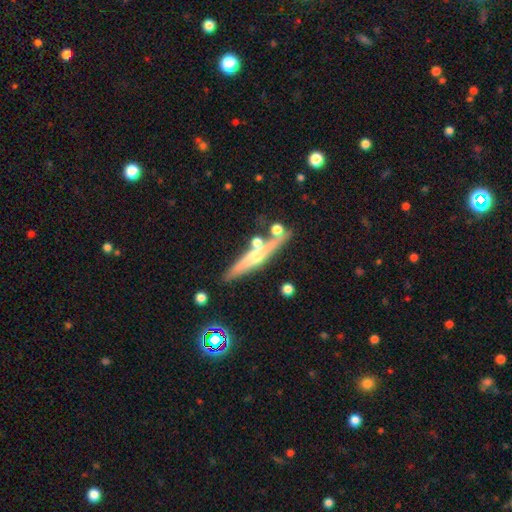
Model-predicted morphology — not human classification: This is likely a featured or disk galaxy (65%). It is clearly viewed edge-on (94%). Edge-on bulge: clearly rounded (87%). Merging: likely none (72%).